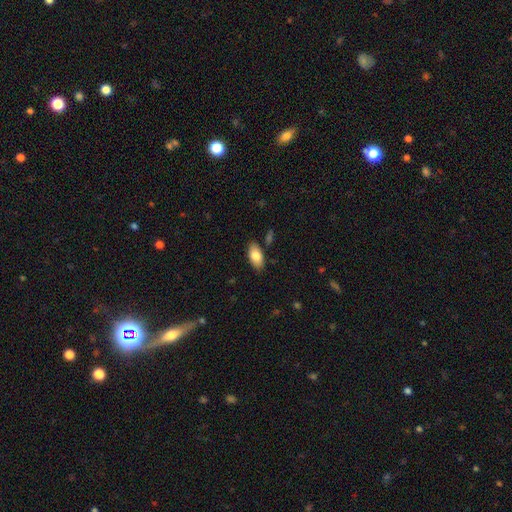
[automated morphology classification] Smooth or featured? Predicted: smooth (p=0.82). How rounded? Predicted: in between (p=0.92). Merging? Predicted: none (p=0.84).